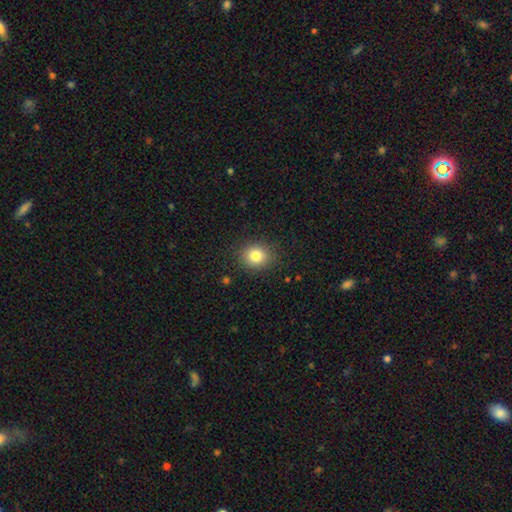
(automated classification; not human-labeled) Smooth or featured? smooth (82%)
How rounded? round (73%)
Merging? none (88%)